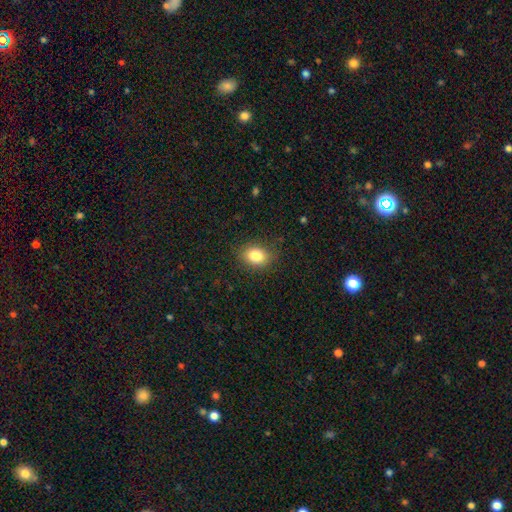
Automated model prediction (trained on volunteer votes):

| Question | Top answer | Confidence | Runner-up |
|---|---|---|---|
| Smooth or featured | smooth | 83% | star or artifact (10%) |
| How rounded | in between | 66% | round (33%) |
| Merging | none | 85% | minor disturbance (11%) |